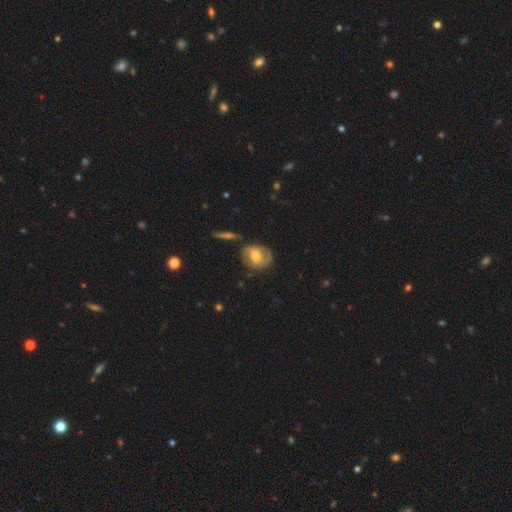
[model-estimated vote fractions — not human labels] Smooth or featured? Predicted: featured or disk (p=0.61). Edge-on disk? Predicted: no (p=0.95). Bar? Predicted: no (p=0.45). Spiral arms? Predicted: yes (p=0.87). Bulge size? Predicted: moderate (p=0.52). Merging? Predicted: none (p=0.67).